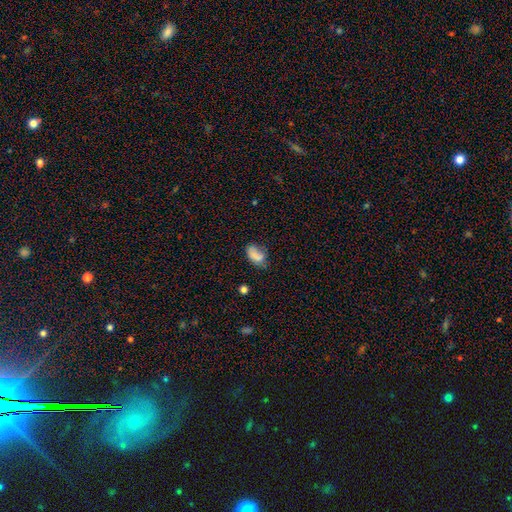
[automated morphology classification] Smooth or featured: smooth — 75% (featured or disk — 15%)
How rounded: in between — 88% (round — 10%)
Merging: none — 46% (minor disturbance — 31%)